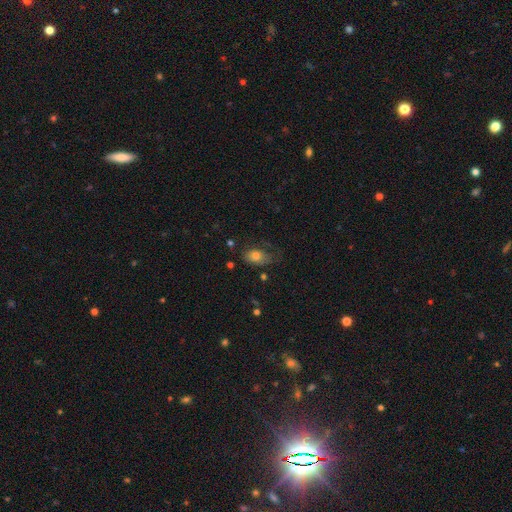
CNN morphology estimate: smooth 74%, featured or disk 16%, star or artifact 10%. Down the decision tree: how rounded — in between (84%); merging — none (46%).